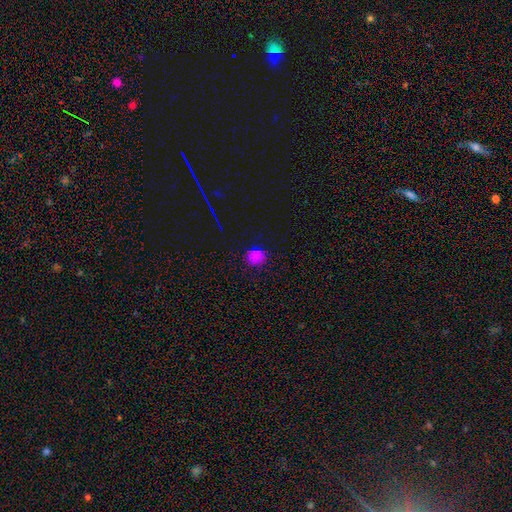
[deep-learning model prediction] smooth-or-featured: smooth: 76% | star or artifact: 20% | featured or disk: 4%
  how-rounded: round: 70% | in between: 29% | cigar-shaped: 1%
  merging: none: 84% | minor disturbance: 12% | major disturbance: 3% | merger: 1%